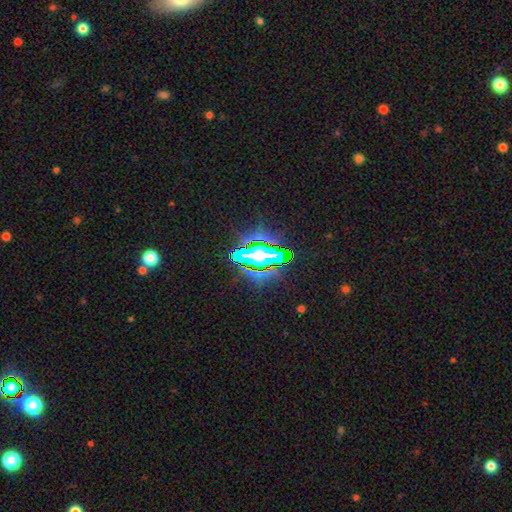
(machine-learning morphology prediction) Smooth or featured? star or artifact (62%)